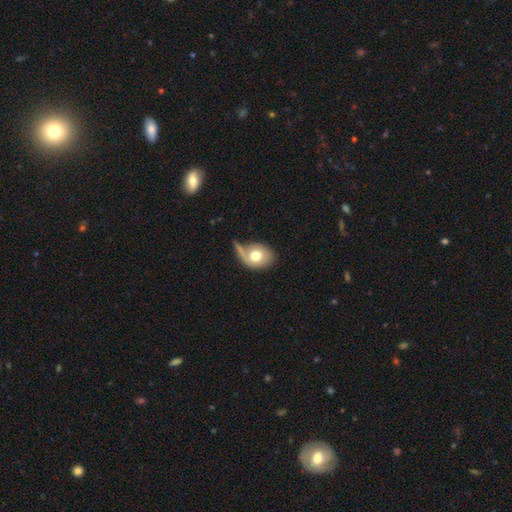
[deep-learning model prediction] Q: Smooth or featured?
A: smooth (67%); runner-up: featured or disk (26%)
Q: How rounded?
A: round (52%); runner-up: in between (47%)
Q: Merging?
A: none (36%); runner-up: minor disturbance (26%)